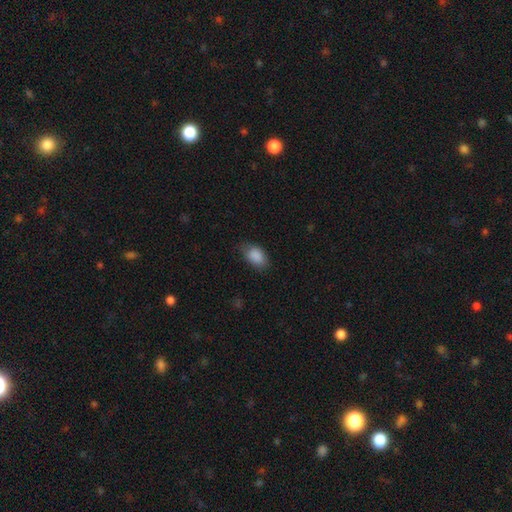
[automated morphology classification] type=smooth (89%); roundness=in between (90%); merging=none (76%).